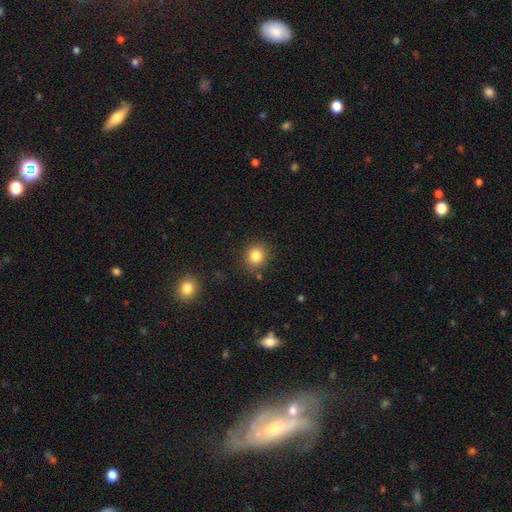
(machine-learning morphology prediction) smooth_or_featured: smooth (p=0.83) [alt: star or artifact p=0.11]
how_rounded: round (p=0.83) [alt: in between p=0.16]
merging: none (p=0.85) [alt: minor disturbance p=0.09]